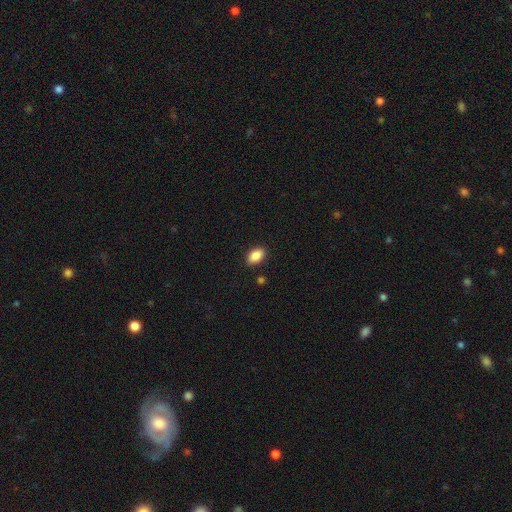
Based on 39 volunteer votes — Smooth or featured? smooth (87%)
How rounded? in between (94%)
Merging? none (92%)